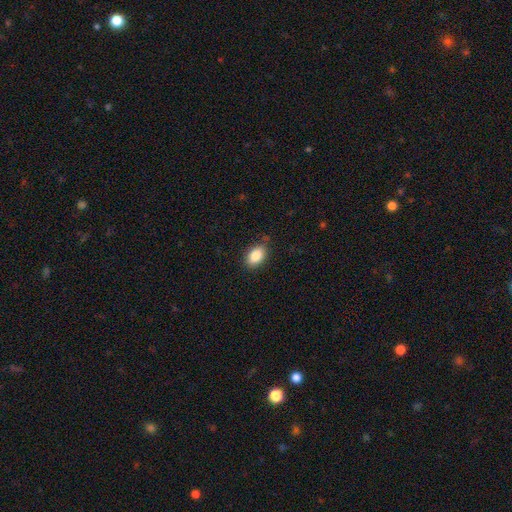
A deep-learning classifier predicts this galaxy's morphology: Smooth or featured? smooth (86%)
How rounded? in between (87%)
Merging? none (85%)